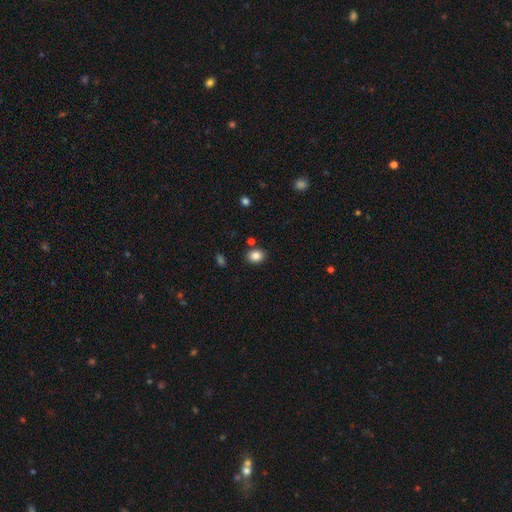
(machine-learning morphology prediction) Overall: smooth (84%). How rounded: round (51%; in between 49%). Merging: none (83%).